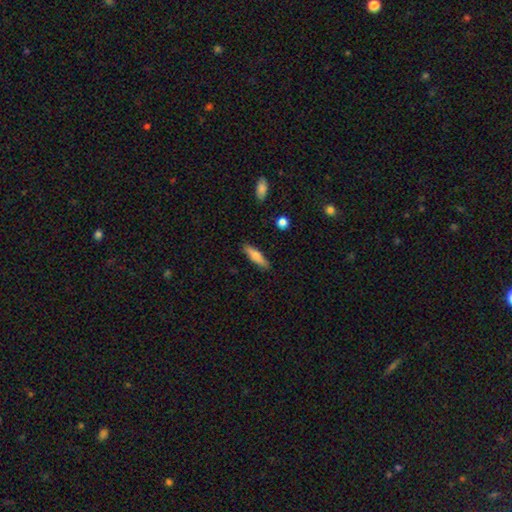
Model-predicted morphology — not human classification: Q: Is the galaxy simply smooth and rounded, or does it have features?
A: smooth — 69%.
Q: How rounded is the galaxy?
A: cigar-shaped — 70%.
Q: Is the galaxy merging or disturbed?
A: none — 88%.